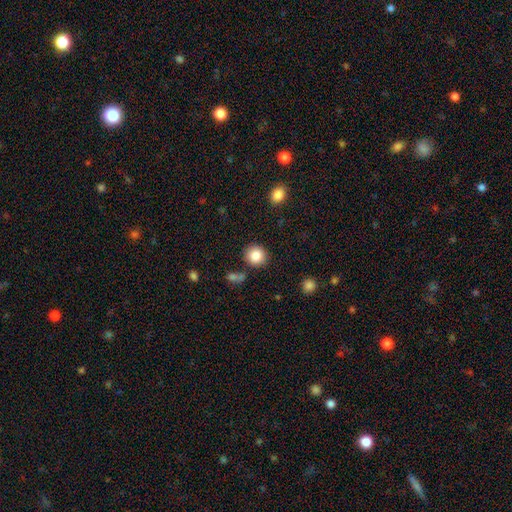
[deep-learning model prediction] Smooth or featured: smooth — 85% (star or artifact — 9%)
How rounded: round — 88% (in between — 11%)
Merging: none — 83% (minor disturbance — 9%)